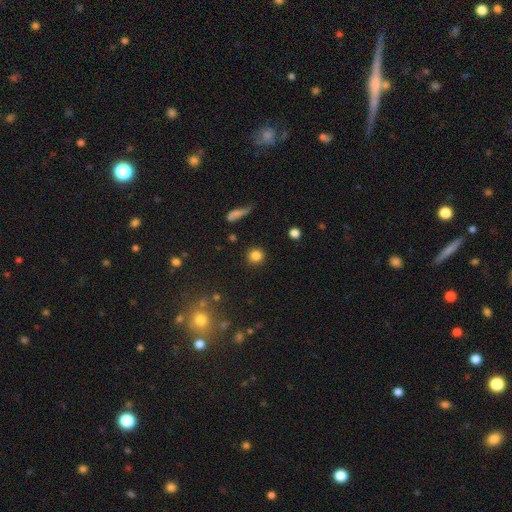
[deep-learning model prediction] Smooth or featured?
  - smooth: 83% *
  - star or artifact: 12%
  - featured or disk: 6%
How rounded?
  - round: 92% *
  - in between: 6%
  - cigar-shaped: 1%
Merging?
  - none: 89% *
  - minor disturbance: 6%
  - major disturbance: 3%
  - merger: 2%